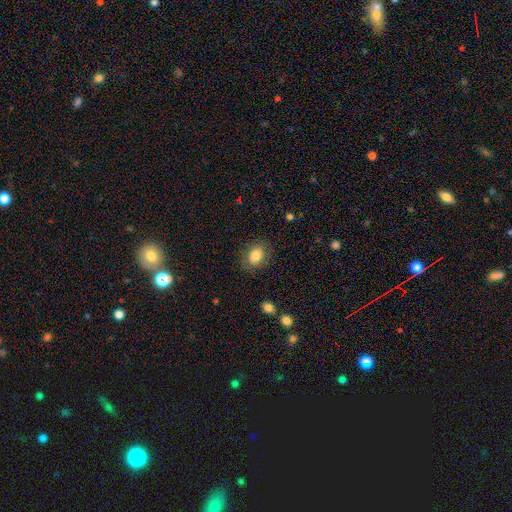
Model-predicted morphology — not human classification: This appears to be a smooth galaxy with no disk features (80%) that is in between round and cigar-shaped (61%). Merging: none (83%).